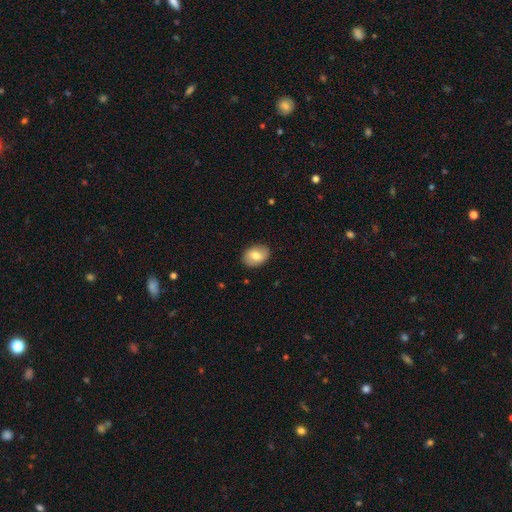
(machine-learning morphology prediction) Smooth or featured?
  - smooth: 73% *
  - featured or disk: 20%
  - star or artifact: 7%
How rounded?
  - in between: 73% *
  - round: 26%
  - cigar-shaped: 1%
Merging?
  - none: 88% *
  - minor disturbance: 9%
  - major disturbance: 2%
  - merger: 1%